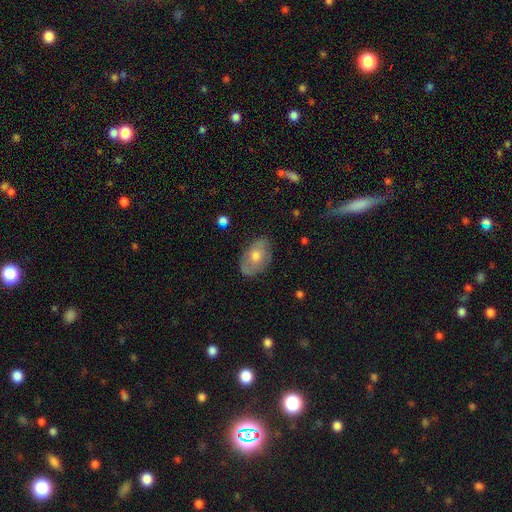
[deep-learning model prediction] smooth-or-featured: smooth: 54% | featured or disk: 38% | star or artifact: 8%
  how-rounded: in between: 87% | round: 11% | cigar-shaped: 2%
  merging: none: 76% | minor disturbance: 18% | major disturbance: 4% | merger: 1%